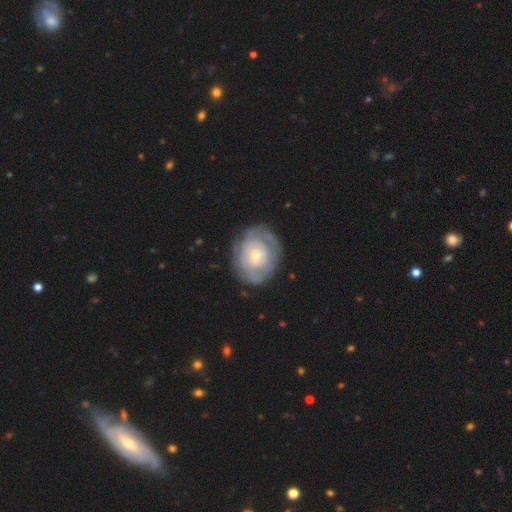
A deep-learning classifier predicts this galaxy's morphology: Smooth or featured? Predicted: featured or disk (p=0.64). Edge-on disk? Predicted: no (p=0.97). Bar? Predicted: no (p=0.84). Spiral arms? Predicted: yes (p=0.60). Bulge size? Predicted: small (p=0.62). Merging? Predicted: none (p=0.71).